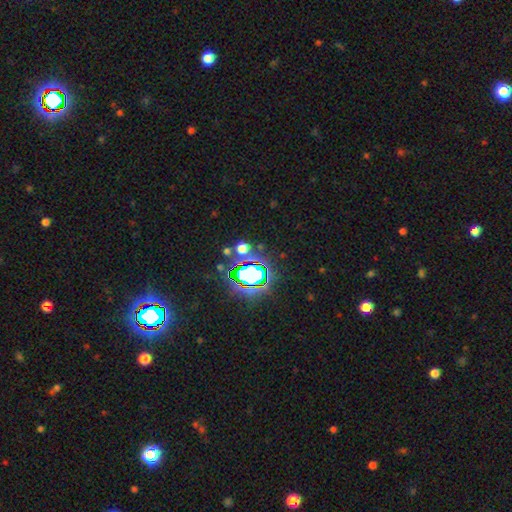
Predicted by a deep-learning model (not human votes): A star or artifact, not a galaxy (80%).

Vote fractions:
- Smooth or featured? star or artifact: 80% / smooth: 13% / featured or disk: 8%